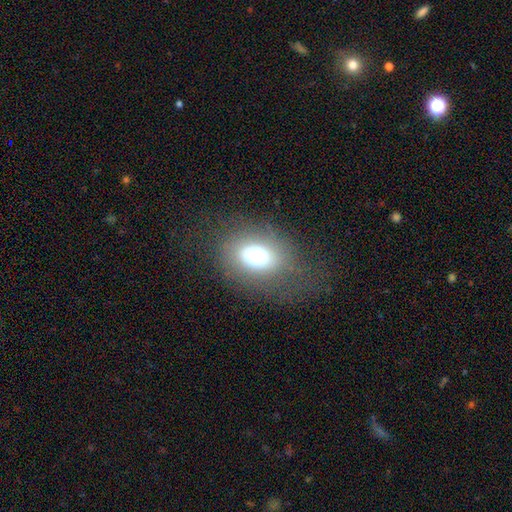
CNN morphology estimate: Smooth or featured?
  - smooth: 73% *
  - featured or disk: 14%
  - star or artifact: 13%
How rounded?
  - in between: 72% *
  - round: 27%
  - cigar-shaped: 1%
Merging?
  - none: 69% *
  - minor disturbance: 16%
  - major disturbance: 13%
  - merger: 1%